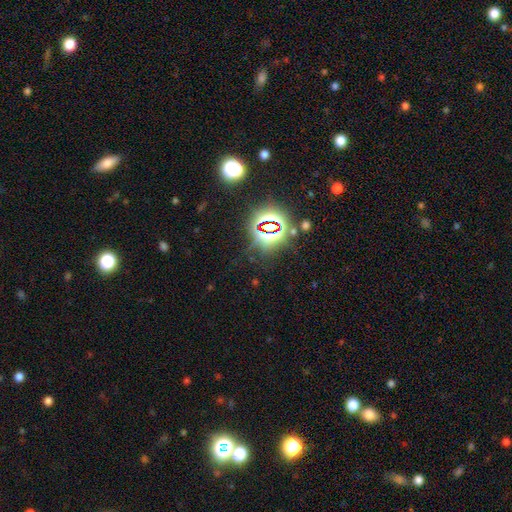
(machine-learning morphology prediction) Smooth or featured: star or artifact — 79% (smooth — 13%)